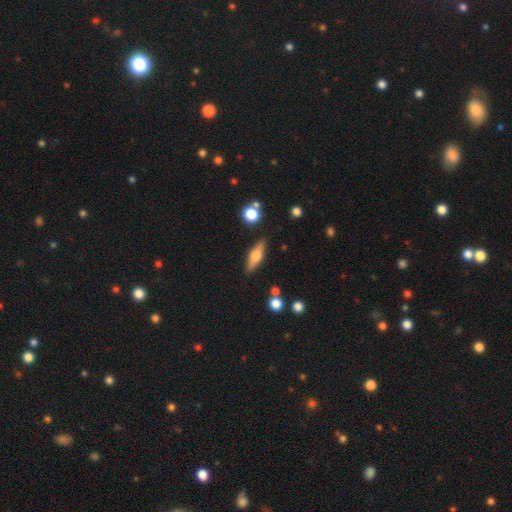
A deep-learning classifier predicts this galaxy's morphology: Q: Smooth or featured?
A: featured or disk (47%); runner-up: smooth (46%)
Q: Merging?
A: none (83%); runner-up: minor disturbance (11%)